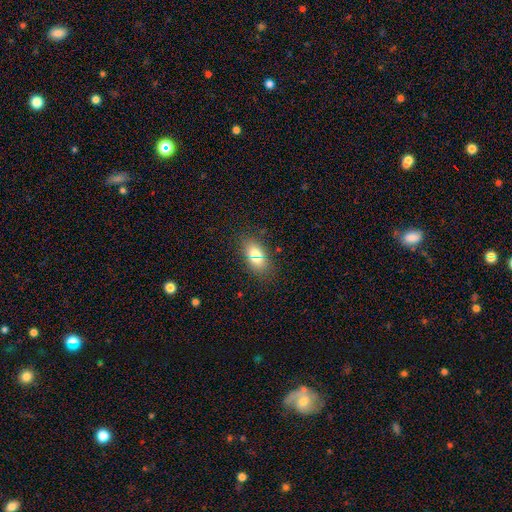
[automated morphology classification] A smooth galaxy with no disk features (71%) that is in between round and cigar-shaped (83%). Merging: none (84%).